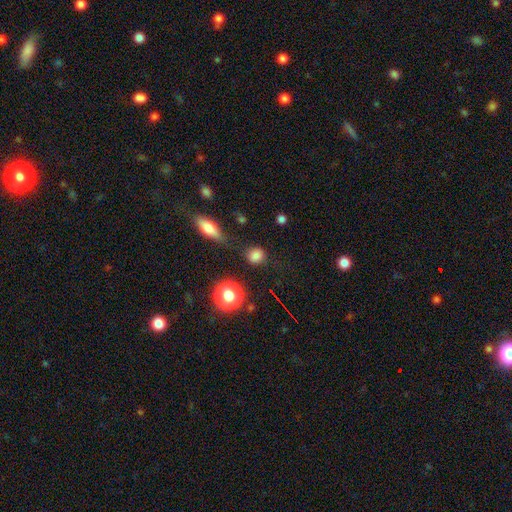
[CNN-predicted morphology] Smooth or featured: smooth — 79% (star or artifact — 15%)
How rounded: round — 83% (in between — 15%)
Merging: none — 83% (minor disturbance — 11%)